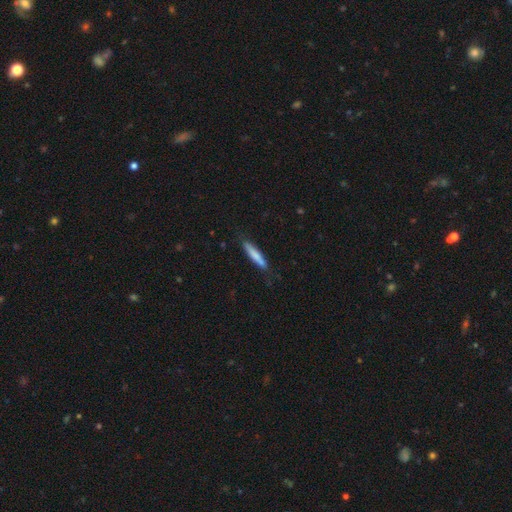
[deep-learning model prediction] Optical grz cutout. It shows a smooth galaxy with no disk features (75%) that is cigar-shaped (90%). Merging: none (79%).